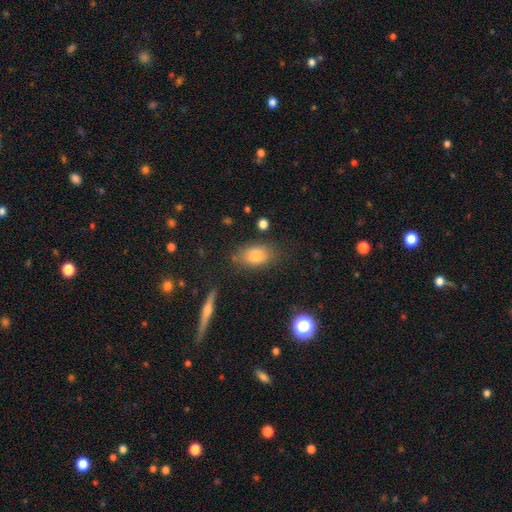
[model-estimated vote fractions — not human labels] Morphology: type=smooth (77%); roundness=in between (84%); merging=none (76%).